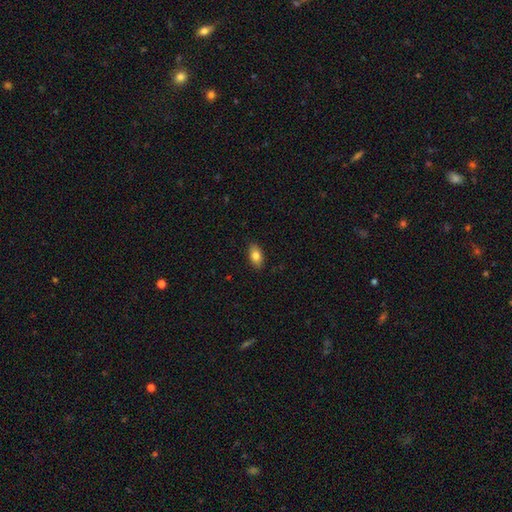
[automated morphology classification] Overall: smooth (82%). How rounded: in between (91%). Merging: none (88%).